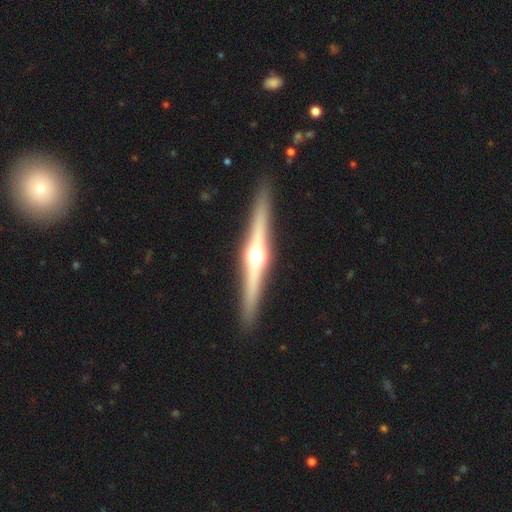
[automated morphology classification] Smooth or featured: featured or disk — 77% (smooth — 17%)
Edge-on disk: yes — 98% (no — 2%)
Edge-on bulge: rounded — 95% (boxy — 3%)
Merging: none — 91% (minor disturbance — 7%)